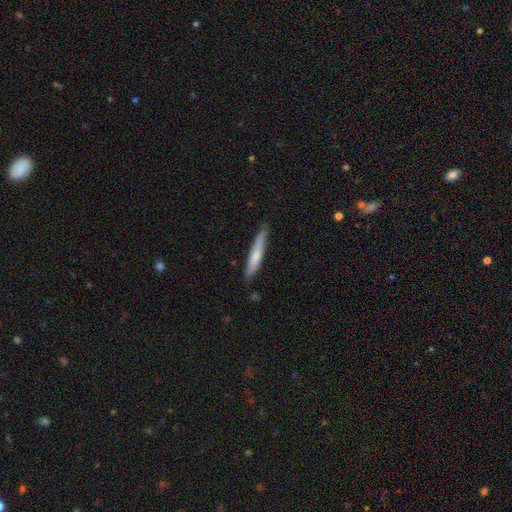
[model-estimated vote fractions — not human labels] Morphology: type=smooth (64%); roundness=cigar-shaped (94%); merging=none (78%).